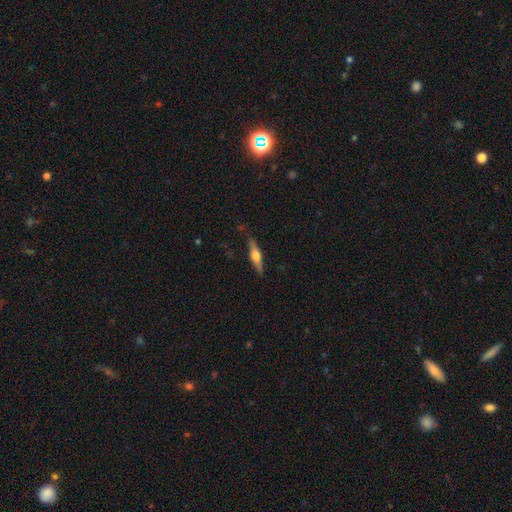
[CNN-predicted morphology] type=featured or disk (64%); edge-on=yes (96%); edge-on bulge=rounded (94%); merging=none (86%).